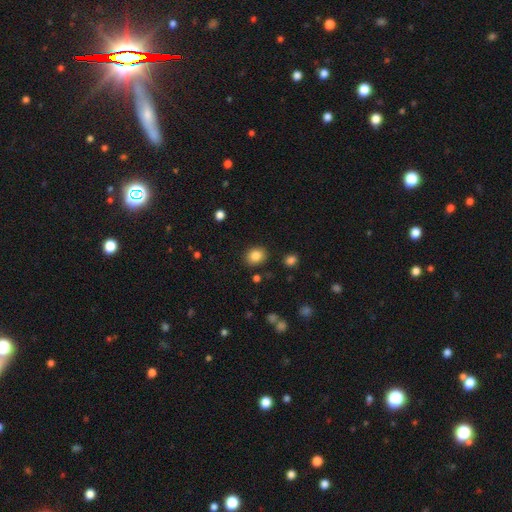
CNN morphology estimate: A smooth galaxy with no disk features (84%) that is round (62%). Merging: none (87%).